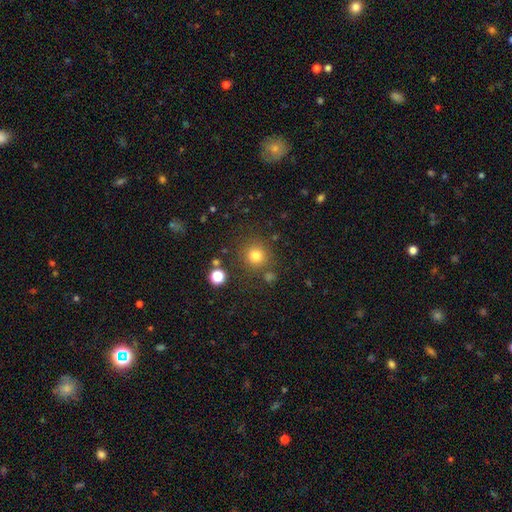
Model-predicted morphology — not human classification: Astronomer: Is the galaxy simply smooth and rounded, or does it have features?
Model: smooth — 78%.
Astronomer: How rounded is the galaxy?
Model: round — 94%.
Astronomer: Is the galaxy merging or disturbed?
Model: none — 83%.